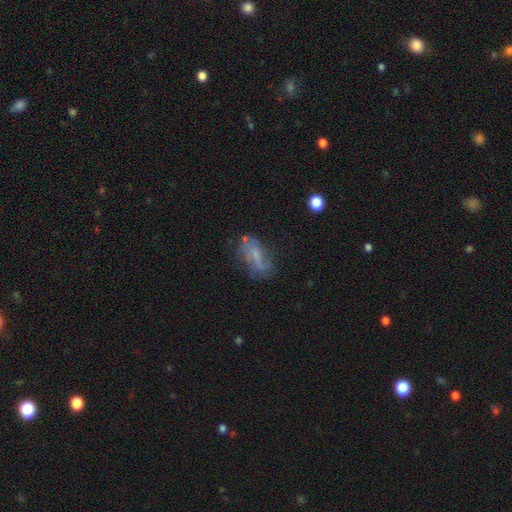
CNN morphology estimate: smooth-or-featured: featured or disk: 47% | smooth: 42% | star or artifact: 11%
  merging: none: 50% | minor disturbance: 27% | major disturbance: 18% | merger: 5%